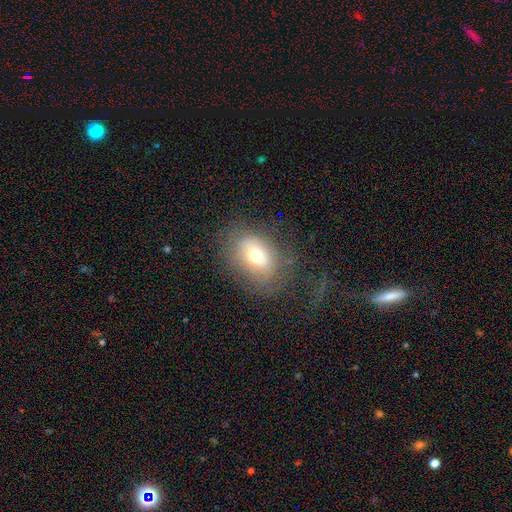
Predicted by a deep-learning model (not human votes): The model was most divided on "how rounded": in between: 65%, round: 33%, cigar-shaped: 1%. More confident: smooth or featured — smooth (65%); merging — none (65%).